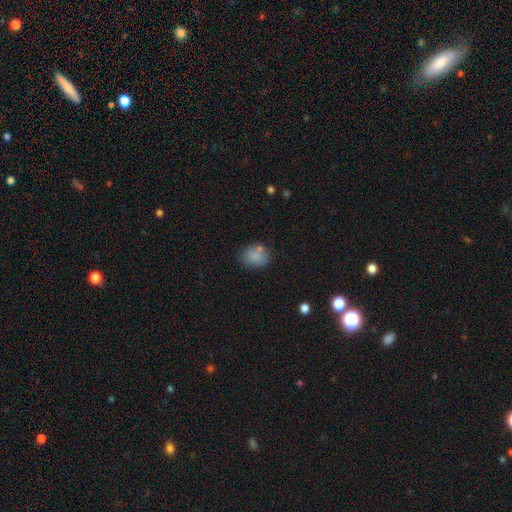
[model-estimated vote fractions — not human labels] smooth-or-featured: smooth: 80% | featured or disk: 10% | star or artifact: 10%
  how-rounded: in between: 50% | round: 49% | cigar-shaped: 1%
  merging: none: 65% | minor disturbance: 18% | merger: 11% | major disturbance: 6%